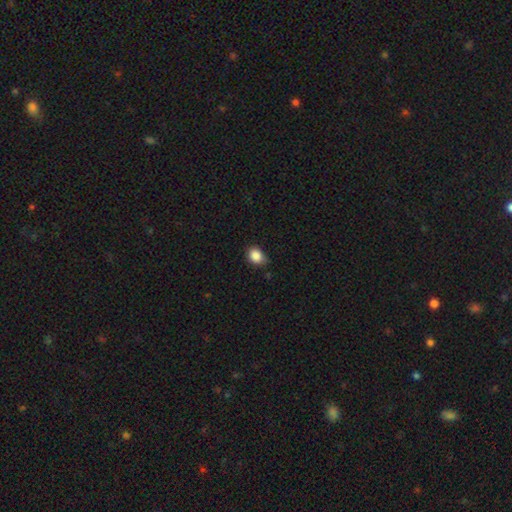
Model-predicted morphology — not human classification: smooth_or_featured: smooth (p=0.87) [alt: star or artifact p=0.09]
how_rounded: in between (p=0.54) [alt: round p=0.45]
merging: none (p=0.69) [alt: minor disturbance p=0.26]